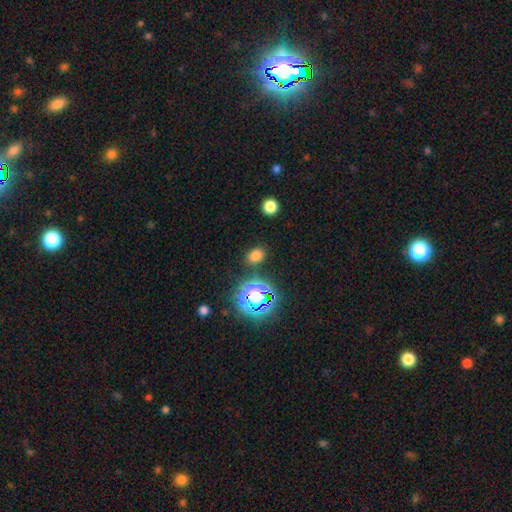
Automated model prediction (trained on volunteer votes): This is likely a smooth galaxy (70%). How rounded: likely in between (65%). Merging: clearly none (83%).